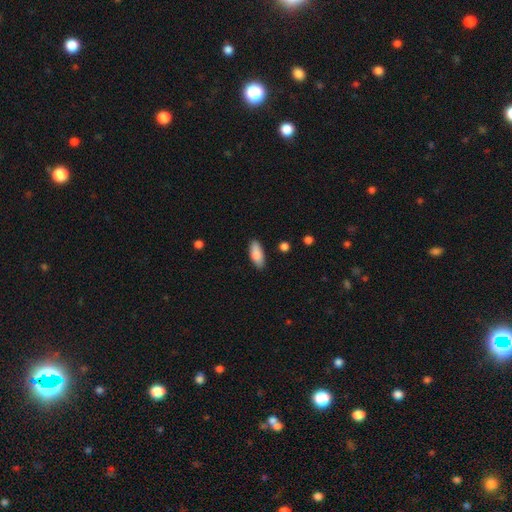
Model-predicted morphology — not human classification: This appears to be a smooth galaxy with no disk features (85%) that is in between round and cigar-shaped (78%). Merging: none (87%).